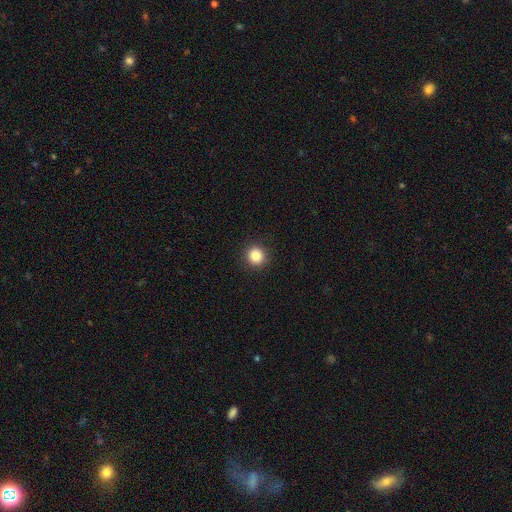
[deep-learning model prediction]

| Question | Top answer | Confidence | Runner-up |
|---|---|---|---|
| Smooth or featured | smooth | 85% | star or artifact (11%) |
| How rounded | round | 90% | in between (9%) |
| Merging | none | 91% | minor disturbance (6%) |